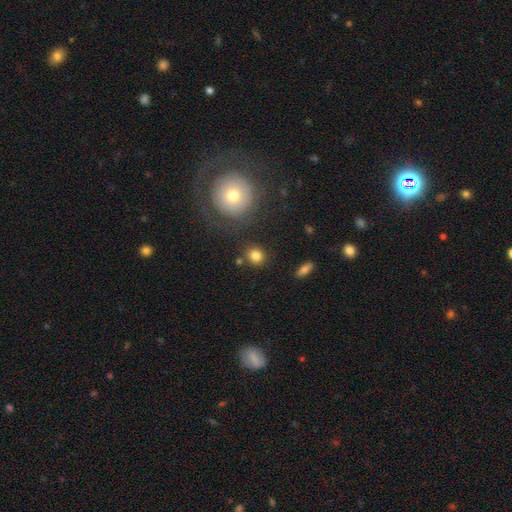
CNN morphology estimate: smooth_or_featured: smooth (p=0.83) [alt: star or artifact p=0.11]
how_rounded: round (p=0.85) [alt: in between p=0.14]
merging: none (p=0.82) [alt: minor disturbance p=0.08]